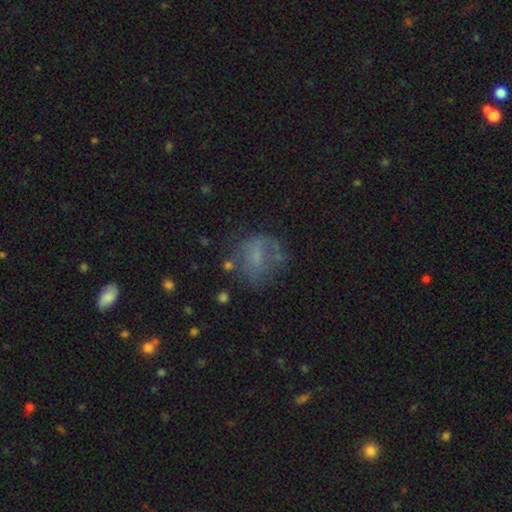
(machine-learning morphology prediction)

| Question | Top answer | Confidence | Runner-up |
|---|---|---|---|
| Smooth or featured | smooth | 49% | featured or disk (36%) |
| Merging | none | 46% | major disturbance (26%) |